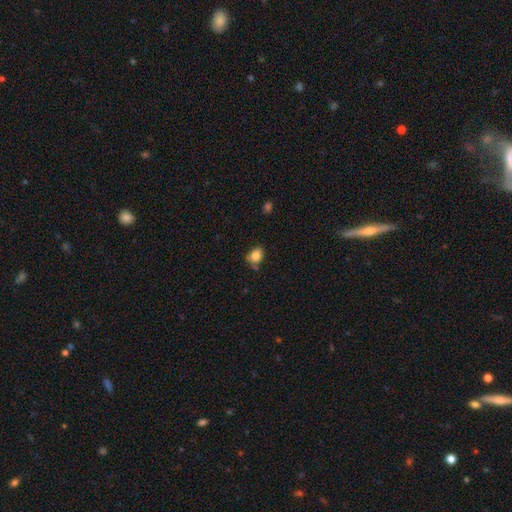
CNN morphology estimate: smooth 83%, star or artifact 10%, featured or disk 7%. Down the decision tree: how rounded — in between (55%); merging — none (64%).